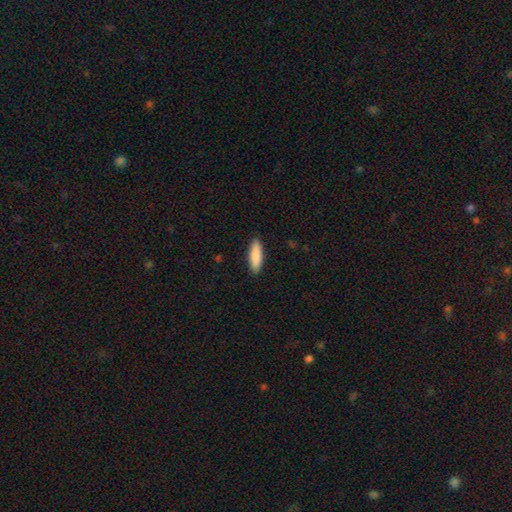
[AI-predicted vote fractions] The model was most divided on "how rounded": cigar-shaped: 53%, in between: 46%, round: 2%. More confident: merging — none (90%); smooth or featured — smooth (89%).